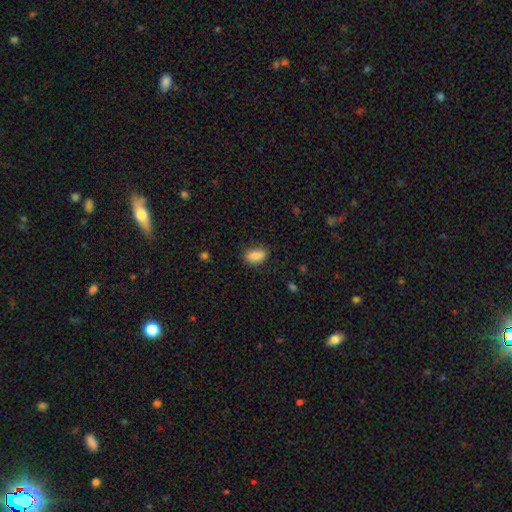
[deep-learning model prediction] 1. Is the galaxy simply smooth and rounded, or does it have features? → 86% smooth, 8% star or artifact, 6% featured or disk.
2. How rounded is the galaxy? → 84% in between, 10% cigar-shaped, 6% round.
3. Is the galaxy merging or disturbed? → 80% none, 15% minor disturbance, 4% major disturbance, 1% merger.